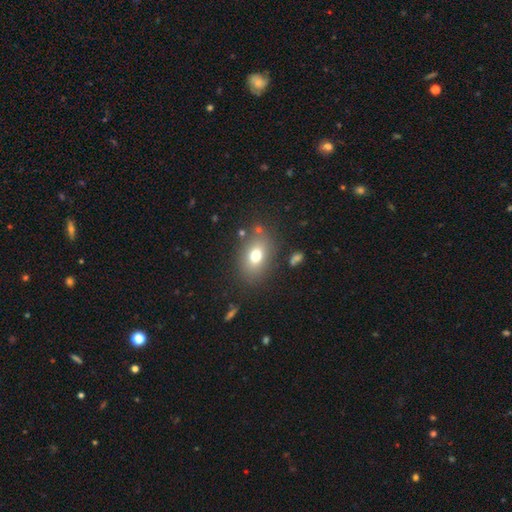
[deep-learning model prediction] The model was most divided on "how rounded": in between: 77%, round: 21%, cigar-shaped: 2%. More confident: merging — none (80%); smooth or featured — smooth (73%).